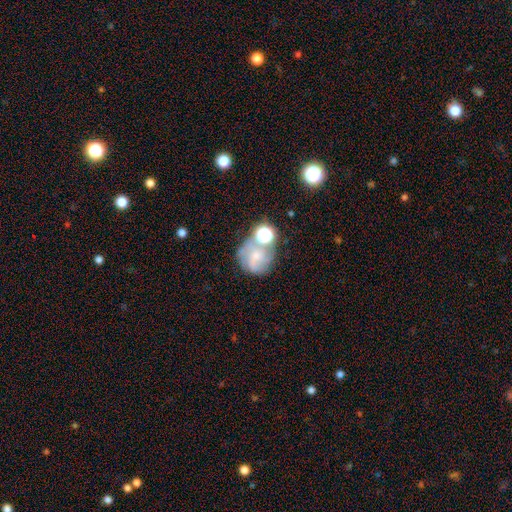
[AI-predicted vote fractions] Q: Smooth or featured?
A: featured or disk (49%); runner-up: smooth (37%)
Q: Merging?
A: none (43%); runner-up: merger (27%)